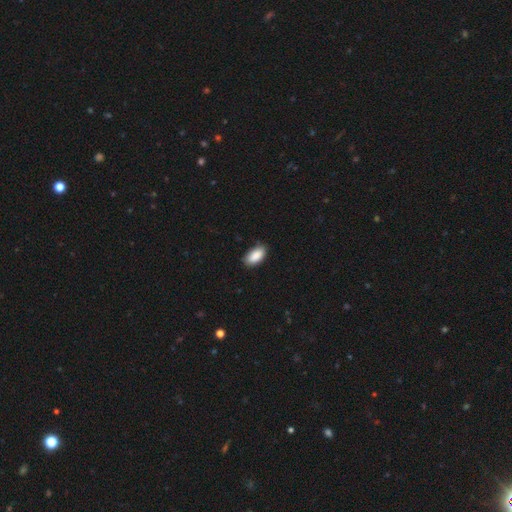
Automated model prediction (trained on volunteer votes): This is clearly a smooth galaxy (90%). How rounded: clearly in between (94%). Merging: clearly none (80%).